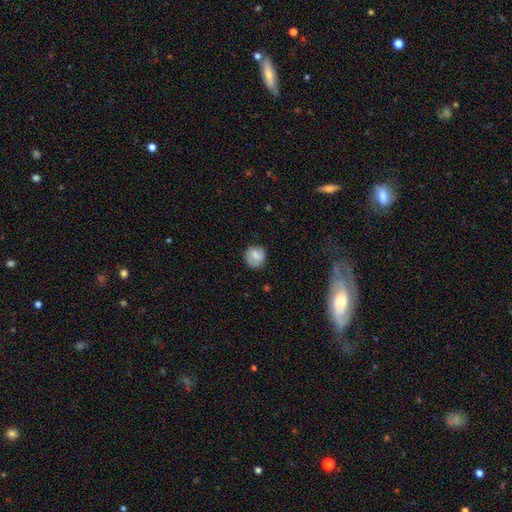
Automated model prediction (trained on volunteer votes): A smooth galaxy with no disk features (66%) that is round (81%). Merging: none (74%).